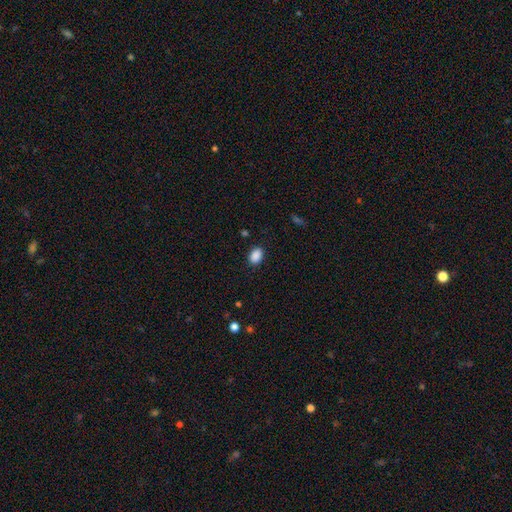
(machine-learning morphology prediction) smooth-or-featured: smooth: 89% | star or artifact: 9% | featured or disk: 3%
  how-rounded: in between: 77% | round: 22% | cigar-shaped: 1%
  merging: none: 87% | minor disturbance: 10% | major disturbance: 3% | merger: 1%